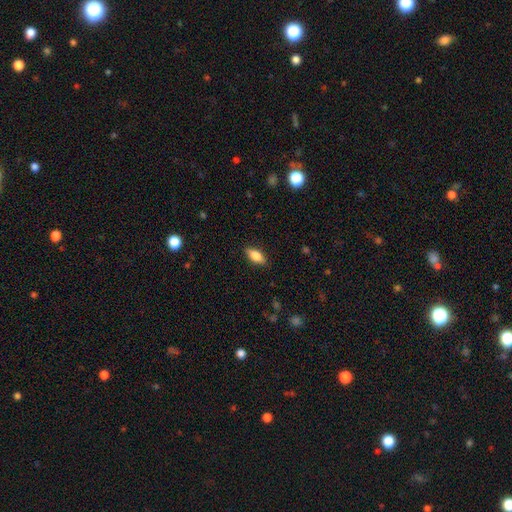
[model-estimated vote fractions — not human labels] smooth-or-featured: smooth: 79% | featured or disk: 14% | star or artifact: 7%
  how-rounded: in between: 84% | cigar-shaped: 13% | round: 3%
  merging: none: 87% | minor disturbance: 10% | major disturbance: 2% | merger: 1%